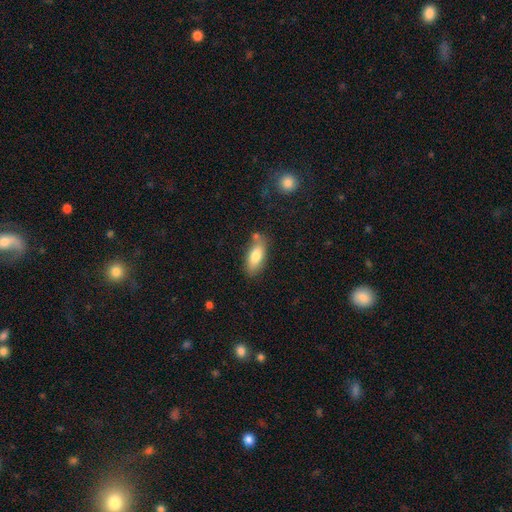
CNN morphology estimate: smooth-or-featured: smooth: 78% | featured or disk: 16% | star or artifact: 7%
  how-rounded: in between: 80% | cigar-shaped: 17% | round: 3%
  merging: none: 70% | minor disturbance: 17% | merger: 8% | major disturbance: 4%